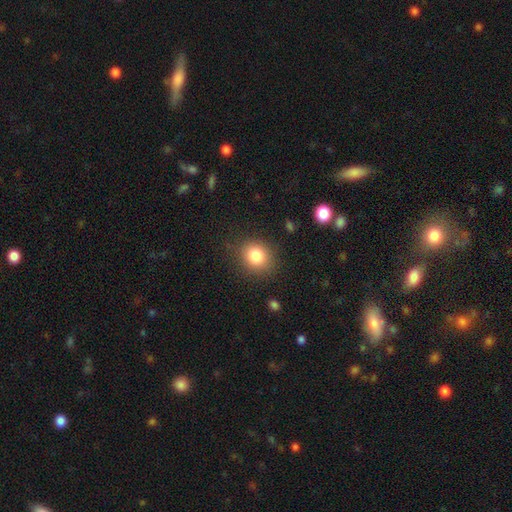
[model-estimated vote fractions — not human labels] smooth-or-featured: smooth: 84% | star or artifact: 10% | featured or disk: 6%
  how-rounded: round: 75% | in between: 24% | cigar-shaped: 1%
  merging: none: 83% | minor disturbance: 12% | major disturbance: 4% | merger: 2%